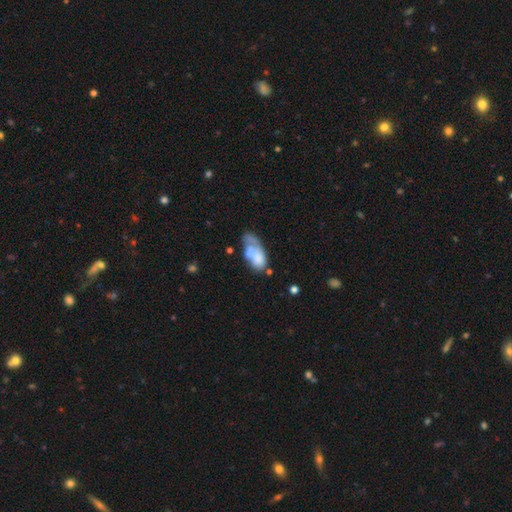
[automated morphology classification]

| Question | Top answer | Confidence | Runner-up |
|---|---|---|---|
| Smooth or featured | smooth | 58% | featured or disk (33%) |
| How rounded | in between | 91% | cigar-shaped (5%) |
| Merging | none | 28% | major disturbance (27%) |